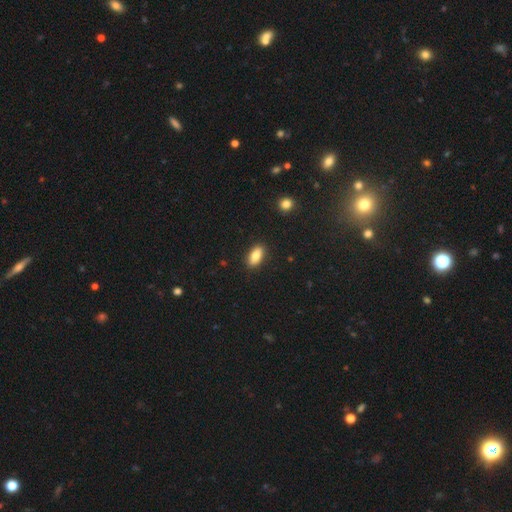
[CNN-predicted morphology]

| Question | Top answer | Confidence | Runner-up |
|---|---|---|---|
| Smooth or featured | smooth | 82% | featured or disk (10%) |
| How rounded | in between | 89% | cigar-shaped (7%) |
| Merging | none | 89% | minor disturbance (8%) |